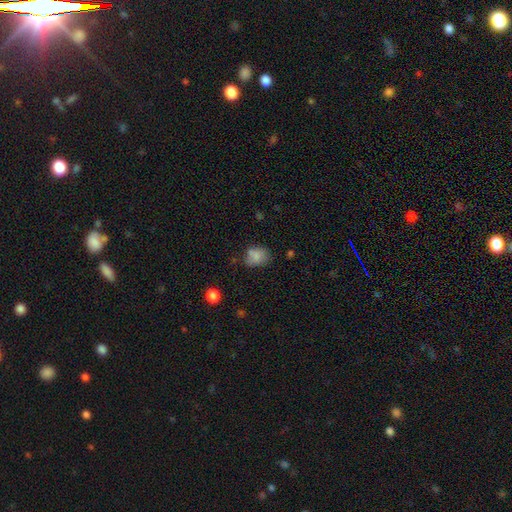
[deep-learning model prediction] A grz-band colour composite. It shows a smooth galaxy with no disk features (76%) that is in between round and cigar-shaped (60%). Merging: none (54%).